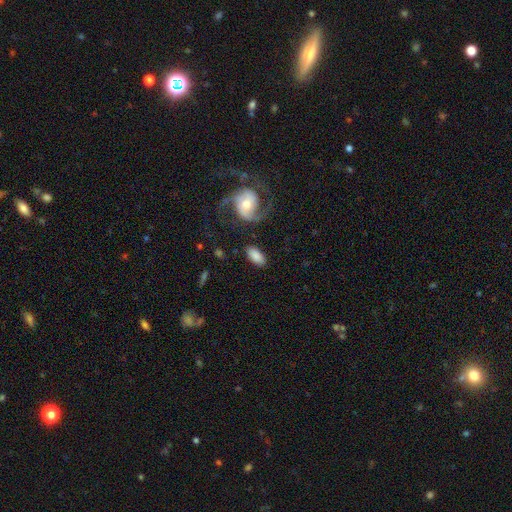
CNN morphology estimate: Smooth or featured?
  - smooth: 79% *
  - featured or disk: 15%
  - star or artifact: 6%
How rounded?
  - in between: 93% *
  - cigar-shaped: 4%
  - round: 4%
Merging?
  - none: 79% *
  - minor disturbance: 12%
  - major disturbance: 6%
  - merger: 4%